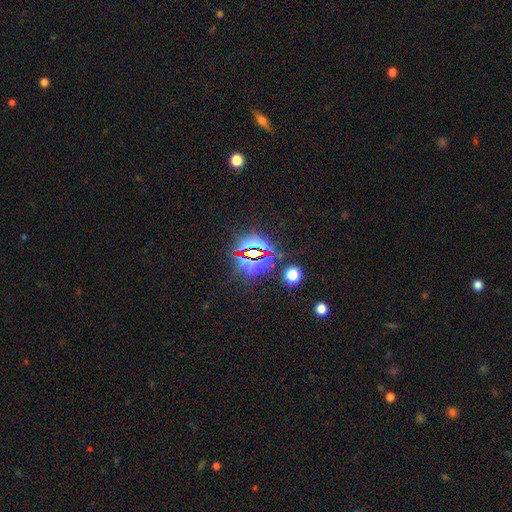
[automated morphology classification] This is likely a star or artifact rather than a galaxy (76%).